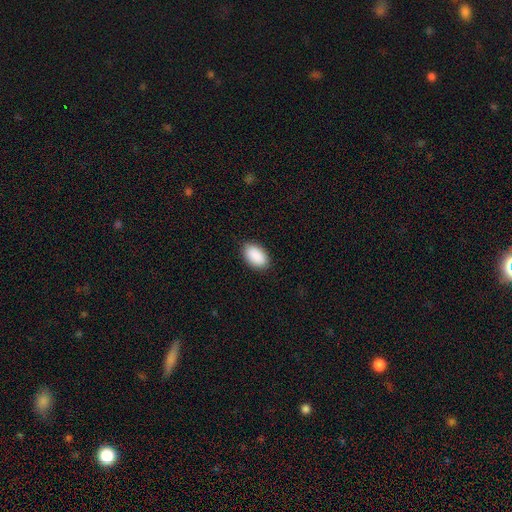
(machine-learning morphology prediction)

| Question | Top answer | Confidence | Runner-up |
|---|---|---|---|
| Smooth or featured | smooth | 91% | star or artifact (6%) |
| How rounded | in between | 94% | round (5%) |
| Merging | none | 88% | minor disturbance (9%) |